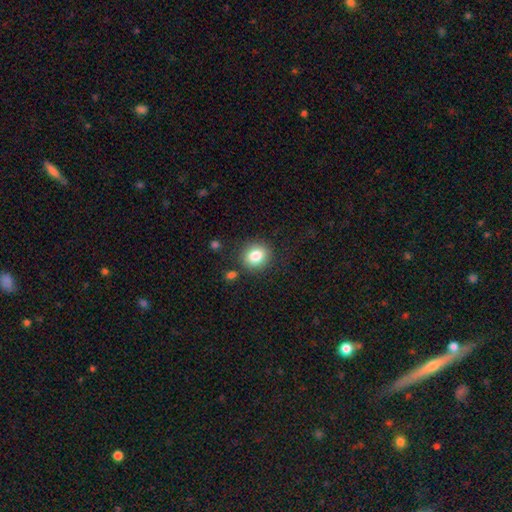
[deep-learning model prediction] Smooth or featured?
  - smooth: 83% *
  - star or artifact: 9%
  - featured or disk: 8%
How rounded?
  - round: 71% *
  - in between: 28%
  - cigar-shaped: 1%
Merging?
  - none: 82% *
  - minor disturbance: 10%
  - merger: 4%
  - major disturbance: 3%